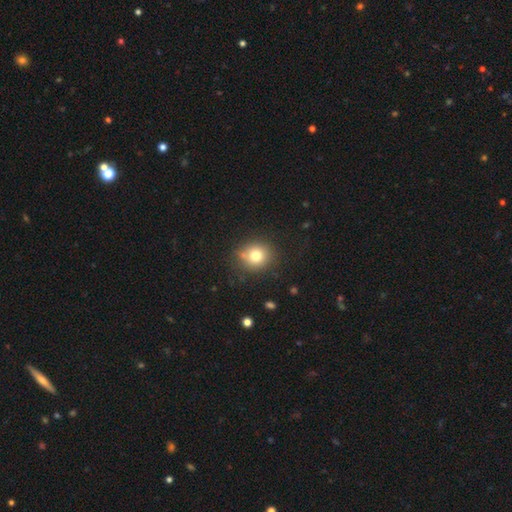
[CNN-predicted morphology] Overall: smooth (77%). How rounded: round (85%). Merging: none (80%).